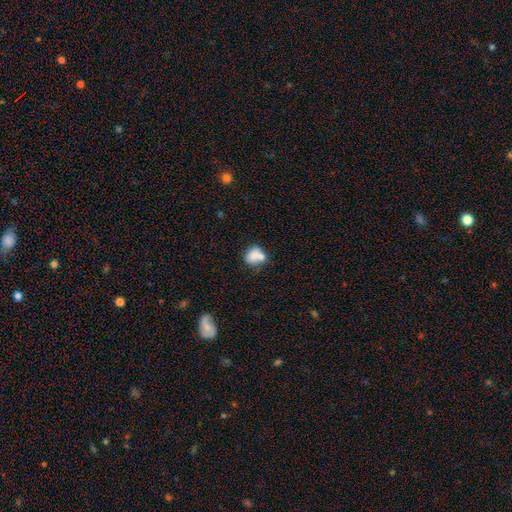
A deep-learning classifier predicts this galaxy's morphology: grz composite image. It shows a smooth galaxy with no disk features (74%) that is round (50%). Merging: merger (42%).